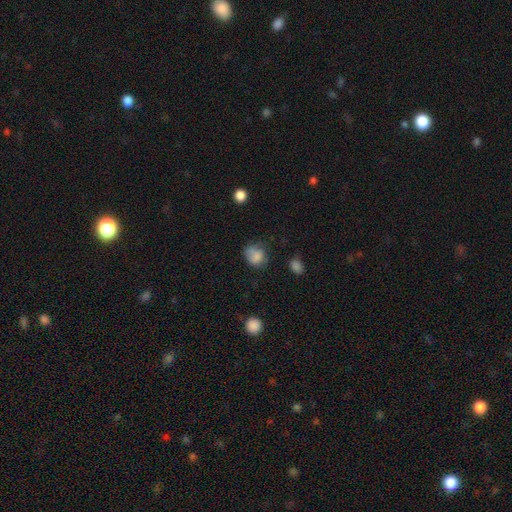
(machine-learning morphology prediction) smooth-or-featured: smooth: 76% | featured or disk: 13% | star or artifact: 11%
  how-rounded: round: 58% | in between: 41% | cigar-shaped: 1%
  merging: none: 46% | minor disturbance: 32% | major disturbance: 18% | merger: 4%